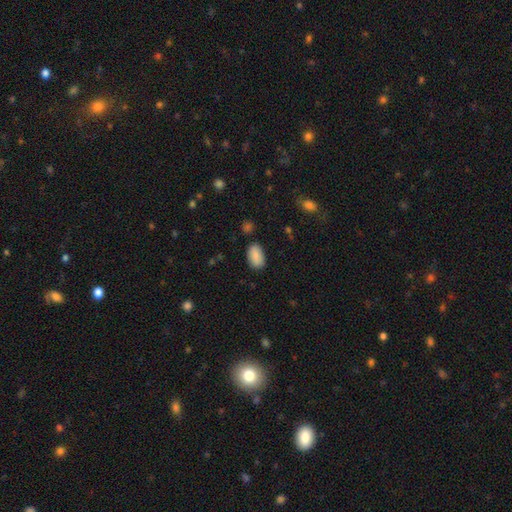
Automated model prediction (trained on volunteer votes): Smooth or featured?
  - smooth: 88% *
  - star or artifact: 7%
  - featured or disk: 5%
How rounded?
  - in between: 94% *
  - round: 5%
  - cigar-shaped: 2%
Merging?
  - none: 84% *
  - minor disturbance: 11%
  - major disturbance: 3%
  - merger: 2%